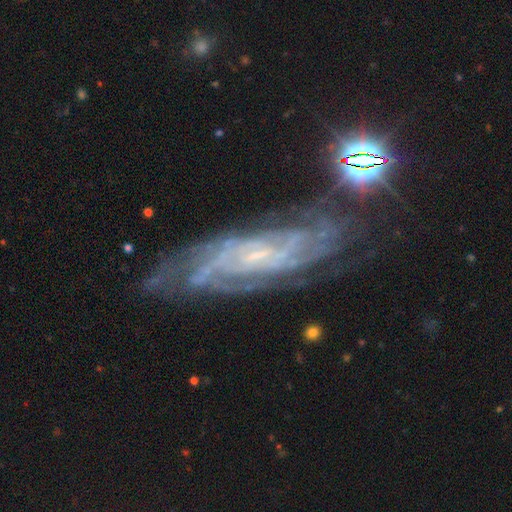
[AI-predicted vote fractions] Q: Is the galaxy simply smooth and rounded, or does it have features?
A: featured or disk — 85%.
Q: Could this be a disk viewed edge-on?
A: no — 90%.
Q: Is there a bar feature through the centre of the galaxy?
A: no — 58%.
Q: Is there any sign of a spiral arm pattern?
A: yes — 97%.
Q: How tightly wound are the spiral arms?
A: tight — 62%.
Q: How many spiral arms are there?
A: can't tell — 29%.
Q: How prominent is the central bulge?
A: small — 79%.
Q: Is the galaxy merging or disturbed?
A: none — 72%.